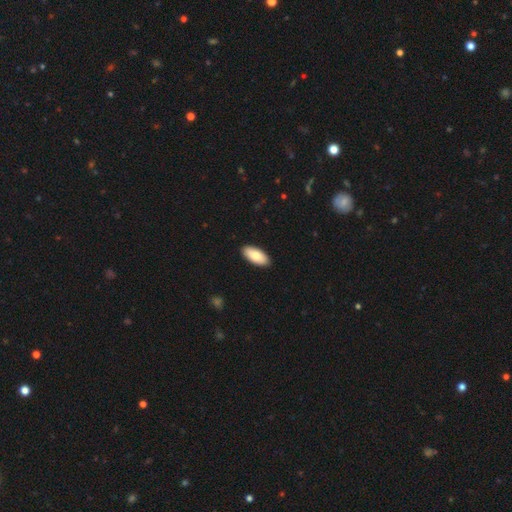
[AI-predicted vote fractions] The model was most divided on "smooth or featured": smooth: 83%, featured or disk: 12%, star or artifact: 5%. More confident: merging — none (91%); how rounded — in between (91%).